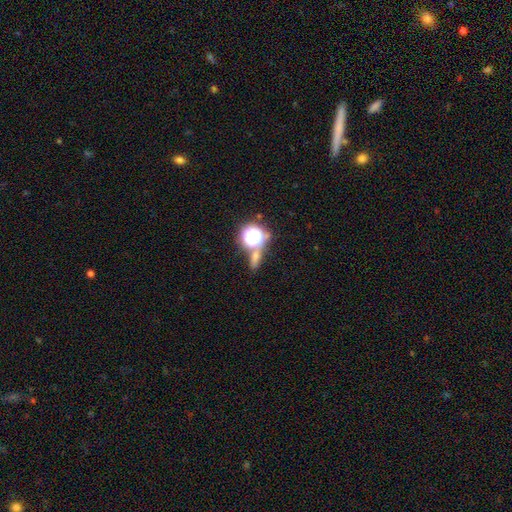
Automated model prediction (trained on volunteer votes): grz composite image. It shows a smooth galaxy with no disk features (48%). Merging: none (62%).